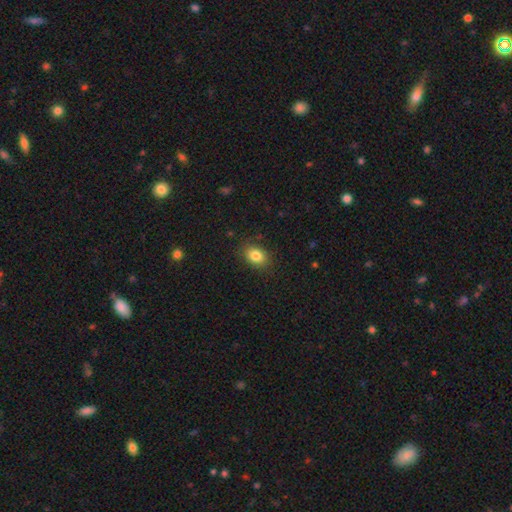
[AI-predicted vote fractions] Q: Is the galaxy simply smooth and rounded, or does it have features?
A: smooth — 83%.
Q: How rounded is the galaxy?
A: in between — 68%.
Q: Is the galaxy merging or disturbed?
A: none — 86%.